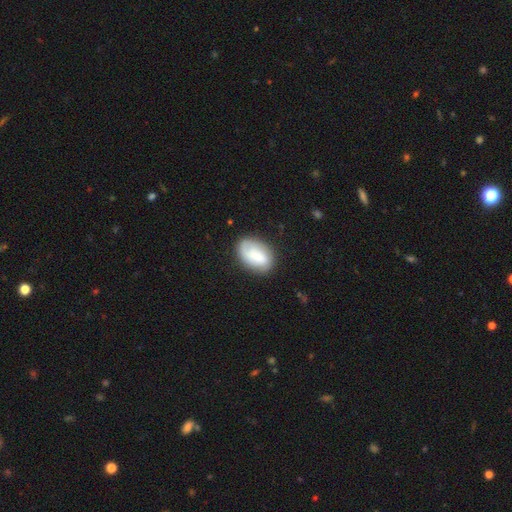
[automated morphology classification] A smooth galaxy with no disk features (62%) that is in between round and cigar-shaped (86%).

Vote fractions:
- Smooth or featured? smooth: 62% / featured or disk: 31% / star or artifact: 7%
- How rounded? in between: 86% / round: 13% / cigar-shaped: 1%
- Merging? none: 74% / minor disturbance: 19% / major disturbance: 6% / merger: 2%